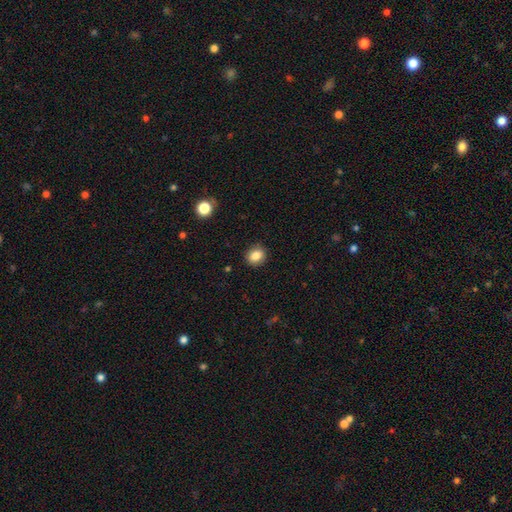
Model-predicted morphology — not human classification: type=smooth (84%); roundness=round (62%); merging=none (89%).